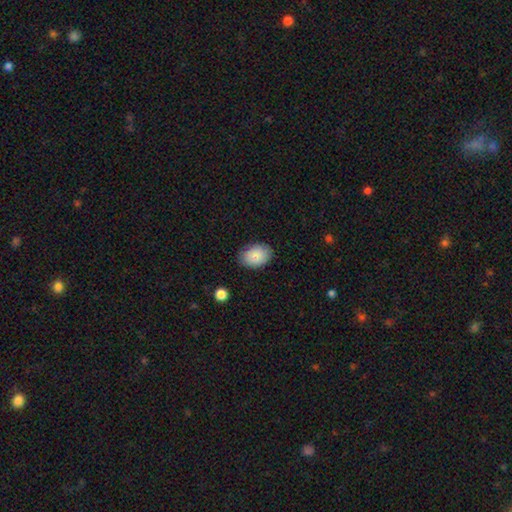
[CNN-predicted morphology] This is clearly a smooth galaxy (88%). How rounded: clearly in between (83%). Merging: clearly none (83%).